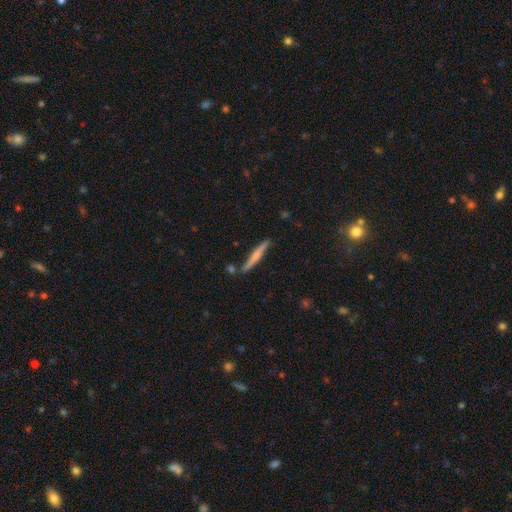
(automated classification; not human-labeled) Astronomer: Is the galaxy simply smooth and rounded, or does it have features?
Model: smooth — 48% (runner-up: featured or disk, 46%).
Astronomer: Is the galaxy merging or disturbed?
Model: none — 81%.